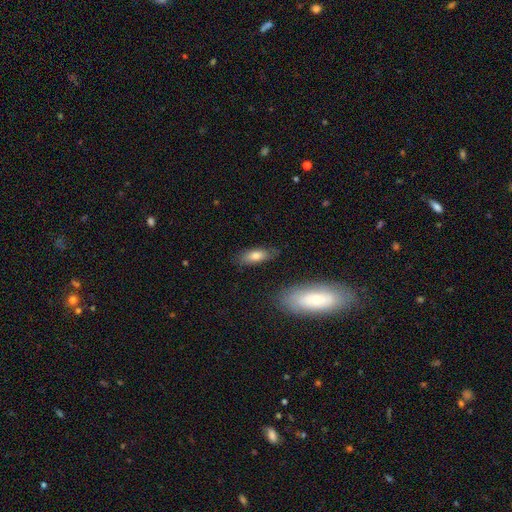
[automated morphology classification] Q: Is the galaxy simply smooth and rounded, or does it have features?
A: smooth — 76%.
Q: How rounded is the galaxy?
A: in between — 74%.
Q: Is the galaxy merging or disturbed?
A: none — 77%.